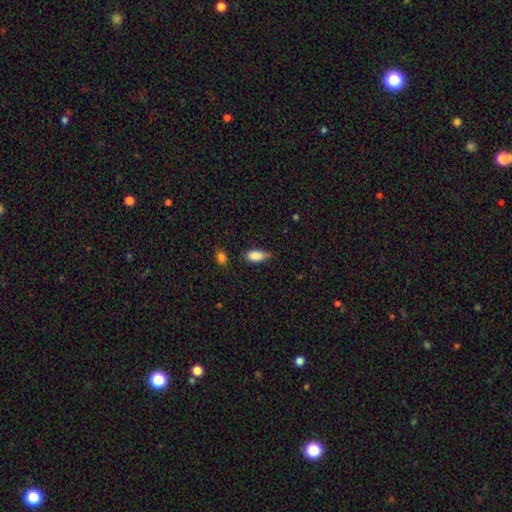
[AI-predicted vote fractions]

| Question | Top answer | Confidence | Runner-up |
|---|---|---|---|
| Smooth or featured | smooth | 87% | star or artifact (7%) |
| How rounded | in between | 88% | cigar-shaped (9%) |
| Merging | none | 56% | minor disturbance (35%) |